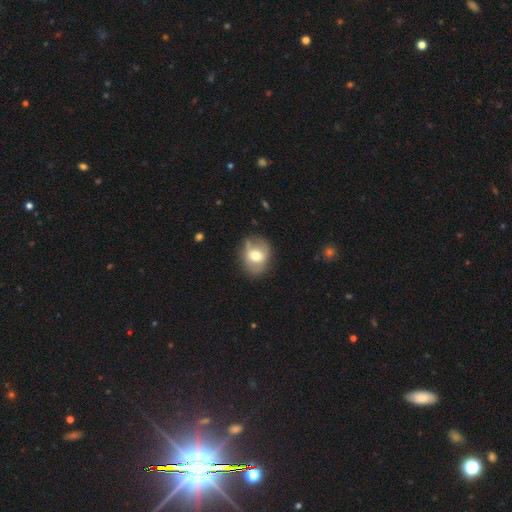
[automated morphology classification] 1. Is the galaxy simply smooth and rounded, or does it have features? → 58% smooth, 34% featured or disk, 8% star or artifact.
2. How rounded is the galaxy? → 49% in between (tied), 49% round (tied), 1% cigar-shaped.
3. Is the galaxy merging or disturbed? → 67% none, 23% minor disturbance, 8% major disturbance, 3% merger.